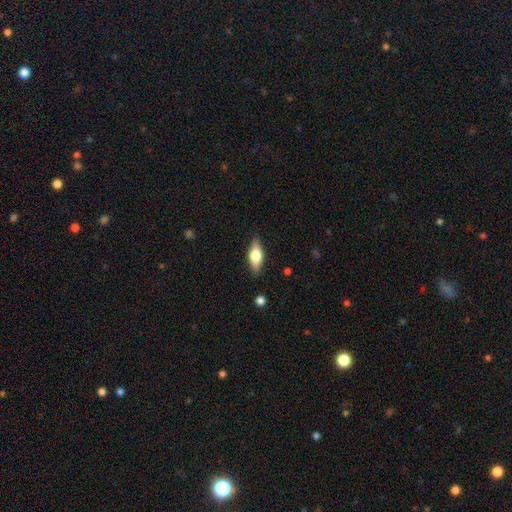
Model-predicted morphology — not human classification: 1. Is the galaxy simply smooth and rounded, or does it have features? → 59% smooth, 34% featured or disk, 7% star or artifact.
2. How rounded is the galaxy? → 74% in between, 23% cigar-shaped, 3% round.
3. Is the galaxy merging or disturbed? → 85% none, 11% minor disturbance, 3% major disturbance, 1% merger.